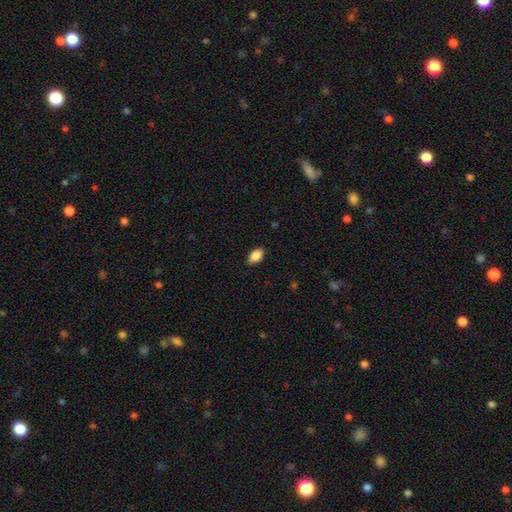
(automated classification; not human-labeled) smooth 88%, star or artifact 7%, featured or disk 5%. Down the decision tree: how rounded — in between (93%); merging — none (88%).